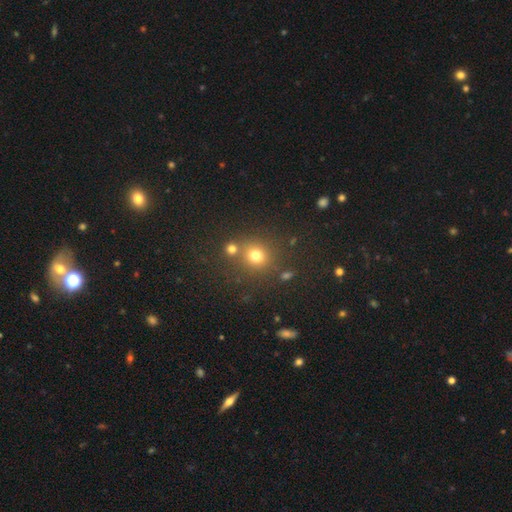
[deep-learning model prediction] The model was most divided on "smooth or featured": smooth: 73%, star or artifact: 20%, featured or disk: 8%. More confident: how rounded — round (86%); merging — none (72%).